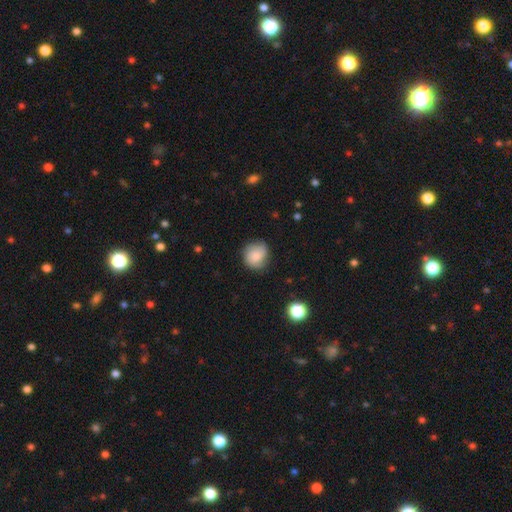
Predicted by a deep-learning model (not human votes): Overall: smooth (66%). How rounded: round (84%). Merging: none (75%).